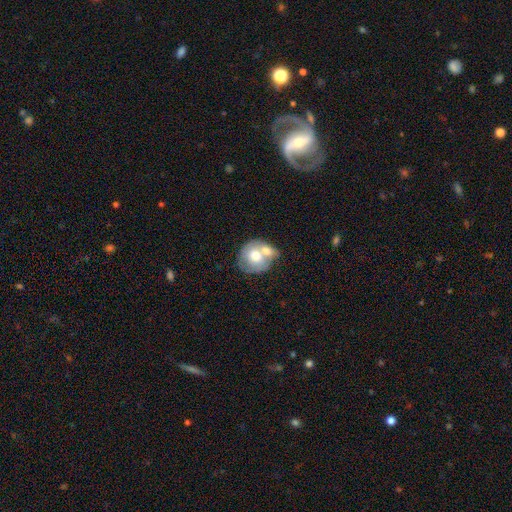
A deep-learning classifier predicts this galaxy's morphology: A smooth galaxy with no disk features (62%) that is round (76%). Merging: merger (54%).